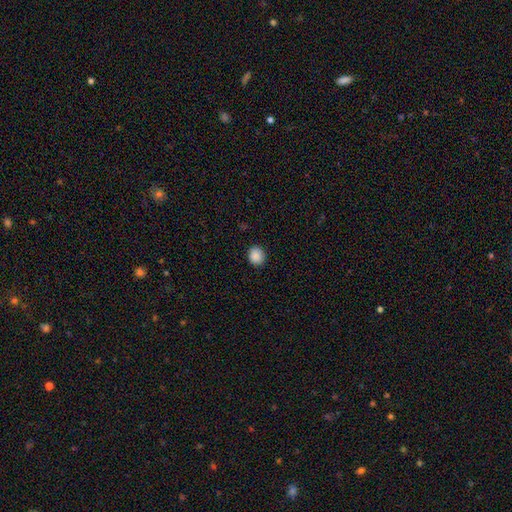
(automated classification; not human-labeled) Smooth or featured: smooth — 89% (star or artifact — 9%)
How rounded: round — 78% (in between — 21%)
Merging: none — 90% (minor disturbance — 8%)